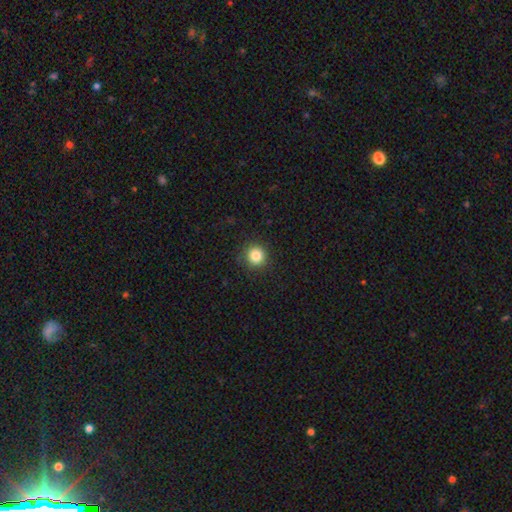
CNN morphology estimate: A smooth galaxy with no disk features (84%) that is round (93%).

Vote fractions:
- Smooth or featured? smooth: 84% / star or artifact: 12% / featured or disk: 5%
- How rounded? round: 93% / in between: 6% / cigar-shaped: 1%
- Merging? none: 90% / minor disturbance: 7% / major disturbance: 2% / merger: 1%